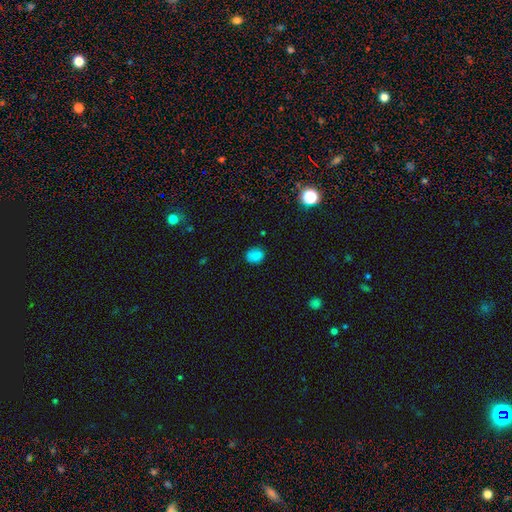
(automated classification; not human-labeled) A smooth galaxy with no disk features (82%) that is round (55%). Merging: none (77%).